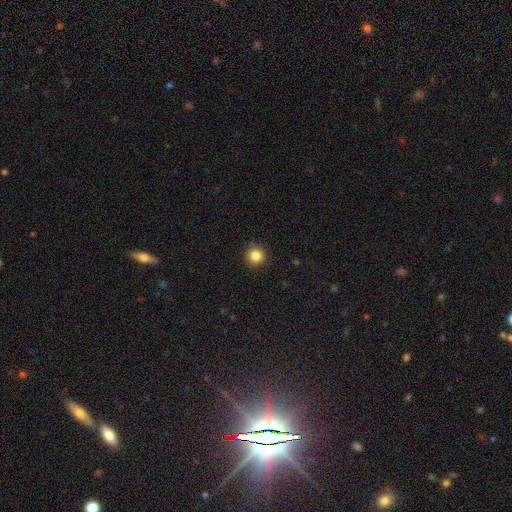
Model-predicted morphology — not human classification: Overall: smooth (84%). How rounded: round (95%). Merging: none (89%).